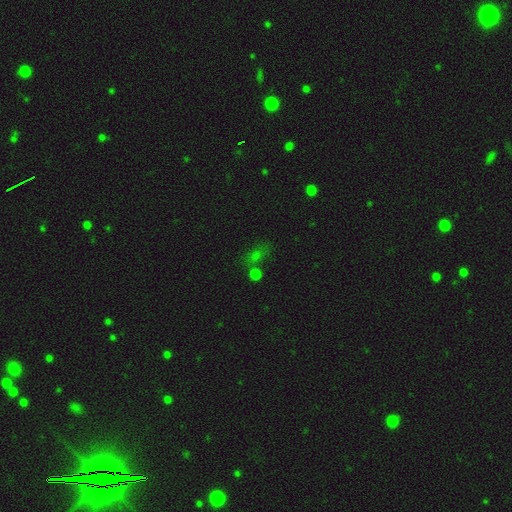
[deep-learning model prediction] Overall: star or artifact (45%; smooth 44%).